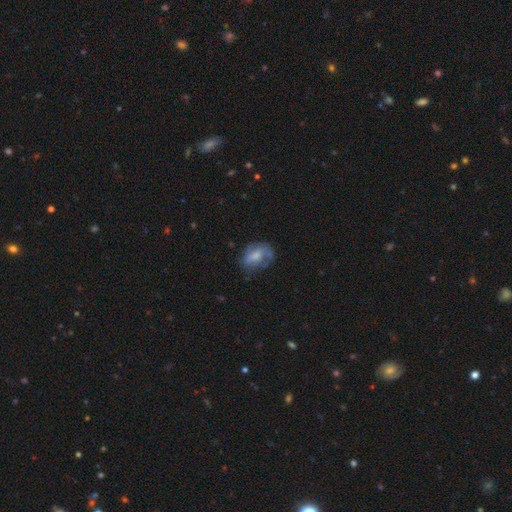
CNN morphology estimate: Q: Smooth or featured?
A: featured or disk (48%); runner-up: smooth (44%)
Q: Merging?
A: none (51%); runner-up: minor disturbance (27%)